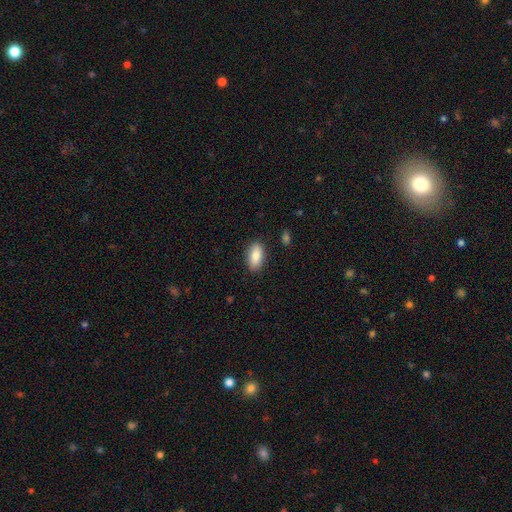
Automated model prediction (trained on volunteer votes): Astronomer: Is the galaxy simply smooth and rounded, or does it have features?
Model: smooth — 86%.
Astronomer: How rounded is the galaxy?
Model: in between — 90%.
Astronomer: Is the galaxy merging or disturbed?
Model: none — 87%.